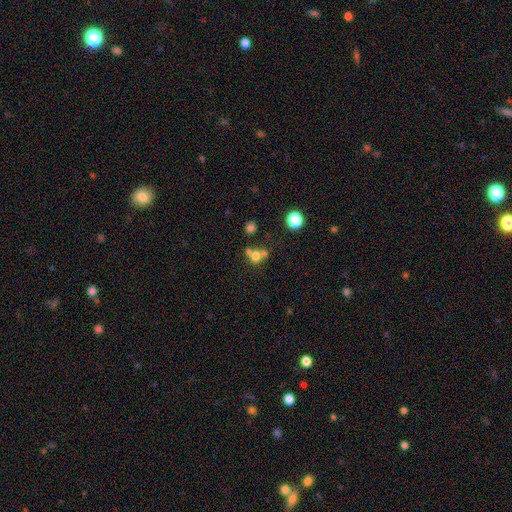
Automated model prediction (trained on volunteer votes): Overall: smooth (67%). How rounded: round (75%). Merging: merger (50%; none 37%).